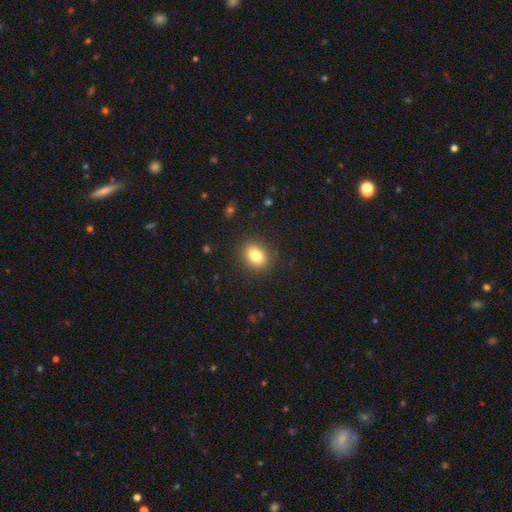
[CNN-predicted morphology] Smooth or featured?
  - smooth: 81% *
  - star or artifact: 10%
  - featured or disk: 9%
How rounded?
  - in between: 52% *
  - round: 47%
  - cigar-shaped: 1%
Merging?
  - none: 89% *
  - minor disturbance: 8%
  - major disturbance: 3%
  - merger: 1%